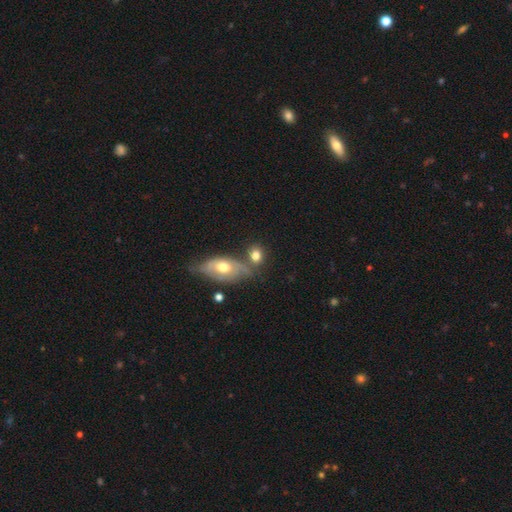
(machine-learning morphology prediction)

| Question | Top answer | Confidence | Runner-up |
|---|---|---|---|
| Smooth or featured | smooth | 76% | featured or disk (16%) |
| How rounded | in between | 57% | round (41%) |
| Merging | none | 52% | merger (27%) |